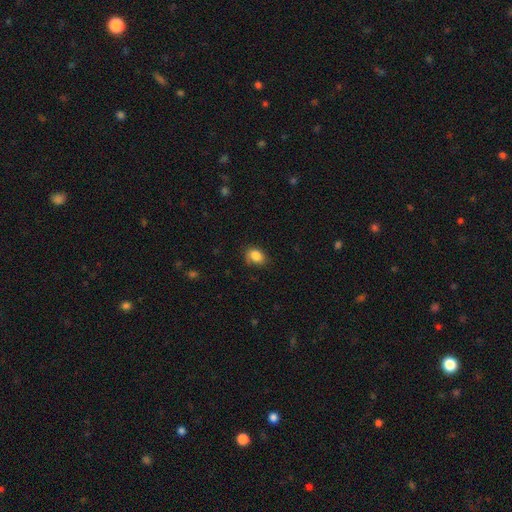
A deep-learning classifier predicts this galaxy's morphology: Q: Smooth or featured?
A: smooth (86%); runner-up: star or artifact (9%)
Q: How rounded?
A: in between (66%); runner-up: round (33%)
Q: Merging?
A: none (72%); runner-up: minor disturbance (22%)